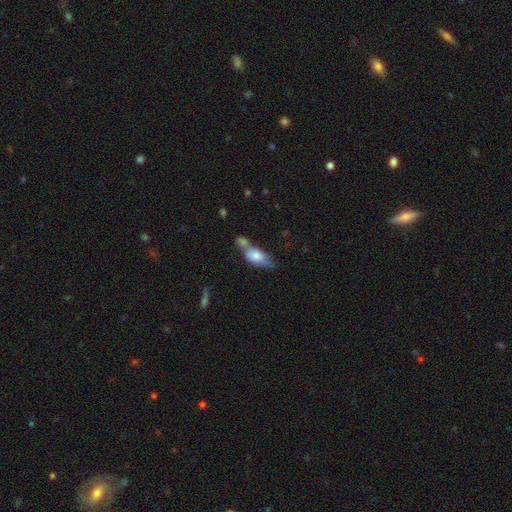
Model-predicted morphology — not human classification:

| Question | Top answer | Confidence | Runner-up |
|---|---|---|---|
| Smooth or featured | smooth | 68% | featured or disk (25%) |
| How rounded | in between | 79% | cigar-shaped (14%) |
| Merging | merger | 53% | none (25%) |